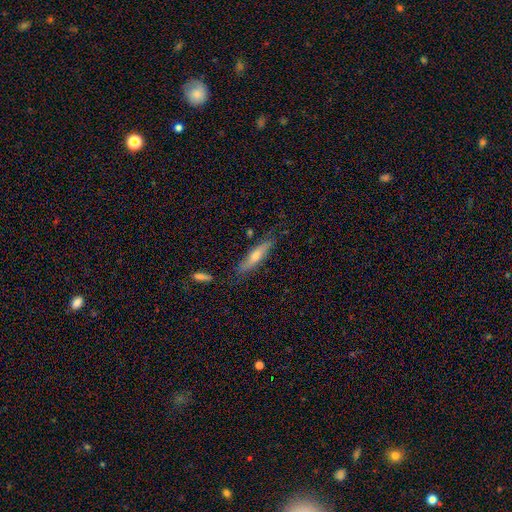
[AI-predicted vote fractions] Smooth or featured? featured or disk (47%)
Merging? none (78%)